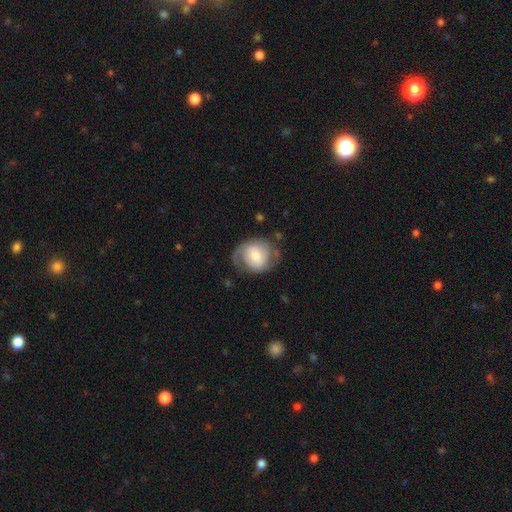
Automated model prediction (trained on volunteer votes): Overall: featured or disk (58%; smooth 35%). Edge-on disk: no (97%). Bar: no (47%; weak 41%). Spiral arms: yes (83%). Bulge size: moderate (51%; small 30%). Merging: none (60%; minor disturbance 24%).